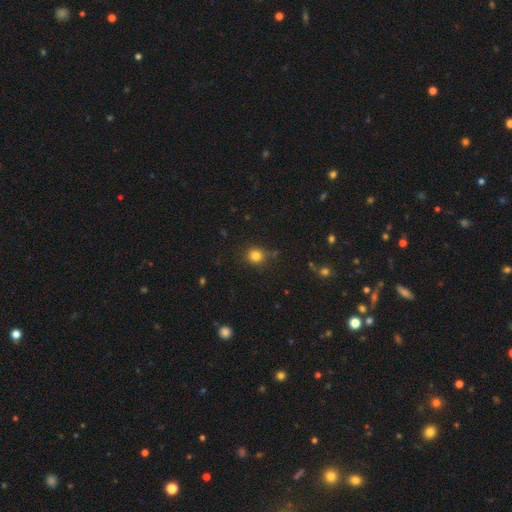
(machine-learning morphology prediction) Smooth or featured? smooth (81%)
How rounded? round (86%)
Merging? none (82%)